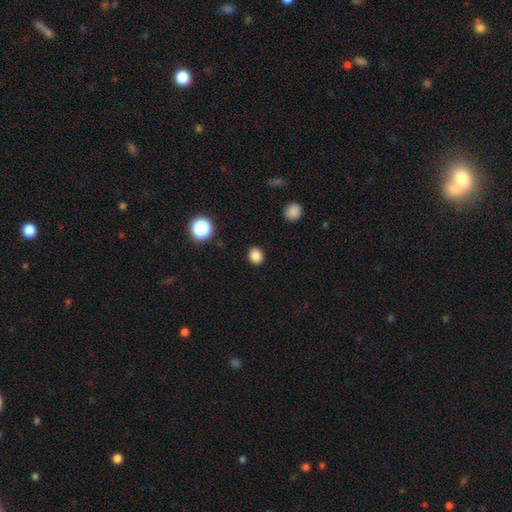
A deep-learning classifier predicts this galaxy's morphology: Smooth or featured: smooth — 85% (star or artifact — 12%)
How rounded: round — 75% (in between — 24%)
Merging: none — 91% (minor disturbance — 6%)